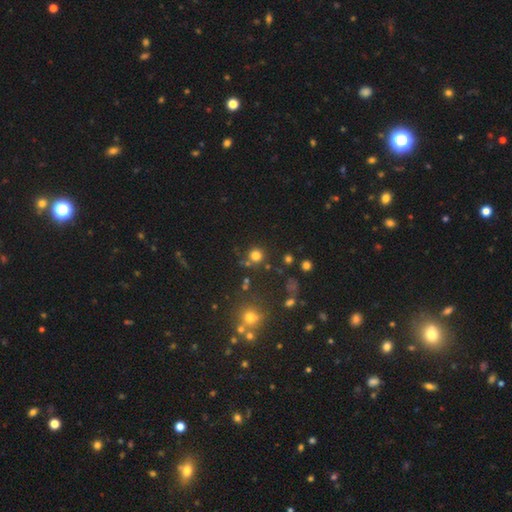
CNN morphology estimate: A smooth galaxy with no disk features (76%) that is round (94%).

Vote fractions:
- Smooth or featured? smooth: 76% / star or artifact: 18% / featured or disk: 6%
- How rounded? round: 94% / in between: 5% / cigar-shaped: 1%
- Merging? none: 77% / minor disturbance: 9% / merger: 9% / major disturbance: 5%